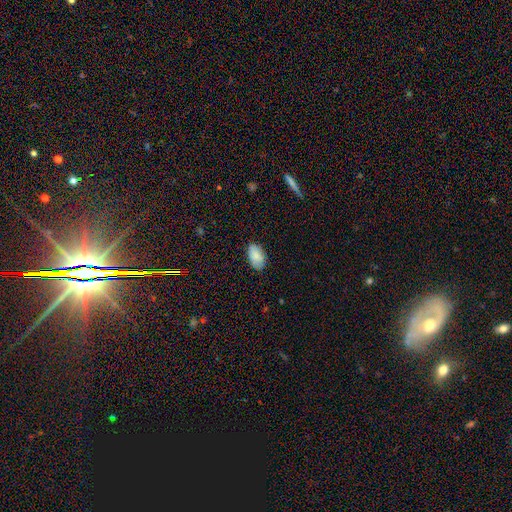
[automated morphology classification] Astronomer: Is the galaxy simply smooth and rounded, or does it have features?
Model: smooth — 83%.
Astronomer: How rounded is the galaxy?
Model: in between — 94%.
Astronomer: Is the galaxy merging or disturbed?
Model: none — 79%.